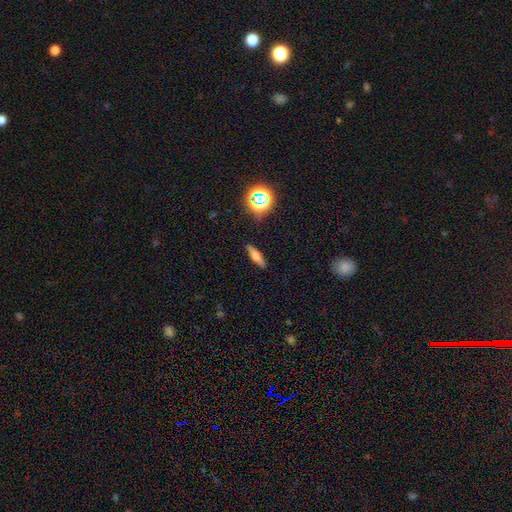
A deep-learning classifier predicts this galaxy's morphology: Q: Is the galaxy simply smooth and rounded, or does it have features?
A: smooth — 56%.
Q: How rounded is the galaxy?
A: cigar-shaped — 69%.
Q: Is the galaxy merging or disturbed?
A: none — 87%.